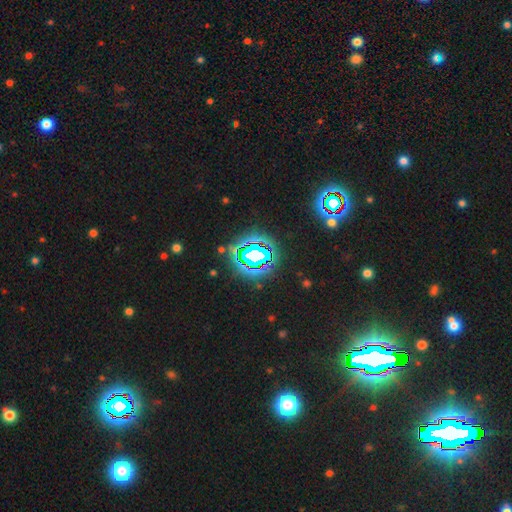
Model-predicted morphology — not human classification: smooth_or_featured: star or artifact (p=0.76) [alt: smooth p=0.14]